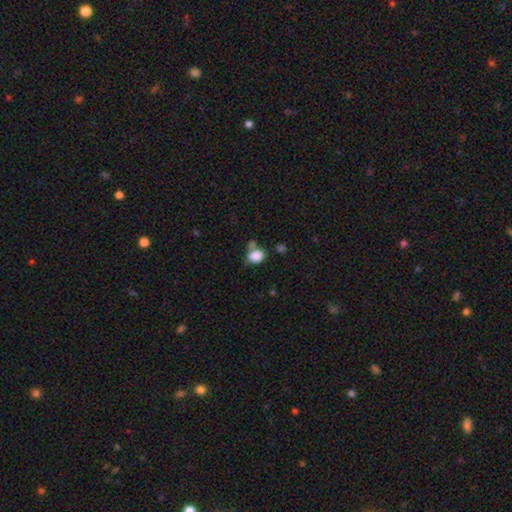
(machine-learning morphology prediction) This appears to be a smooth galaxy with no disk features (85%) that is in between round and cigar-shaped (66%). Merging: none (50%).